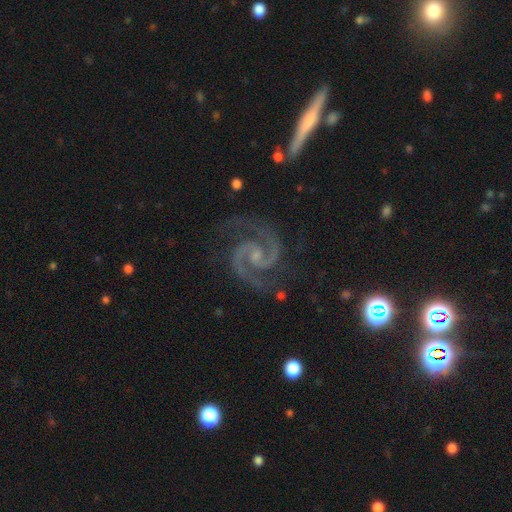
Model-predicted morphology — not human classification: This appears to be a featured or disk galaxy (94%) with no bar (49%), 2 (94%) medium (62%) spiral arms (99%) and a small central bulge (62%). Merging: none (80%).